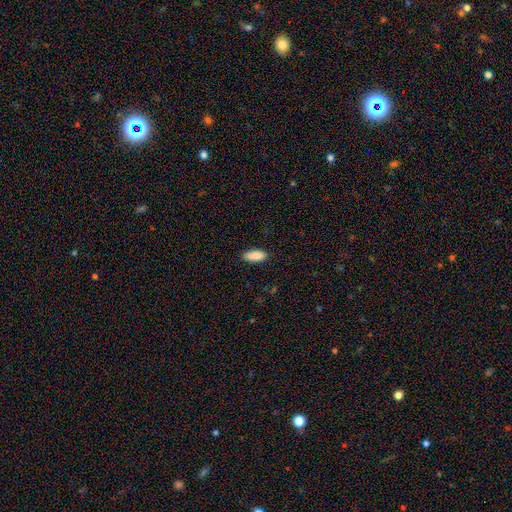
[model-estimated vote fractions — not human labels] Q: Smooth or featured?
A: smooth (89%); runner-up: star or artifact (7%)
Q: How rounded?
A: in between (85%); runner-up: cigar-shaped (13%)
Q: Merging?
A: none (82%); runner-up: minor disturbance (14%)